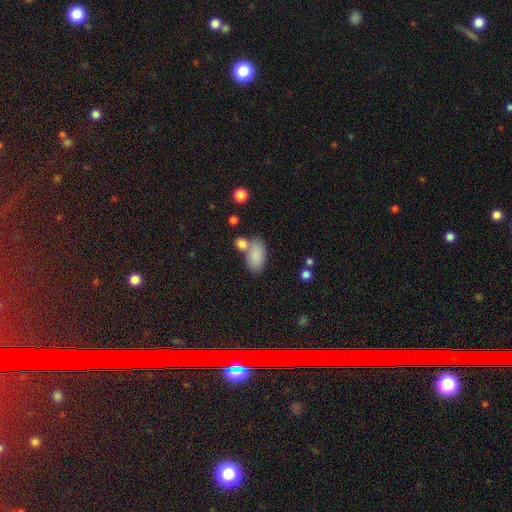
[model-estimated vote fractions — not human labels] smooth_or_featured: smooth (p=0.85) [alt: featured or disk p=0.08]
how_rounded: in between (p=0.93) [alt: round p=0.05]
merging: none (p=0.53) [alt: merger p=0.27]